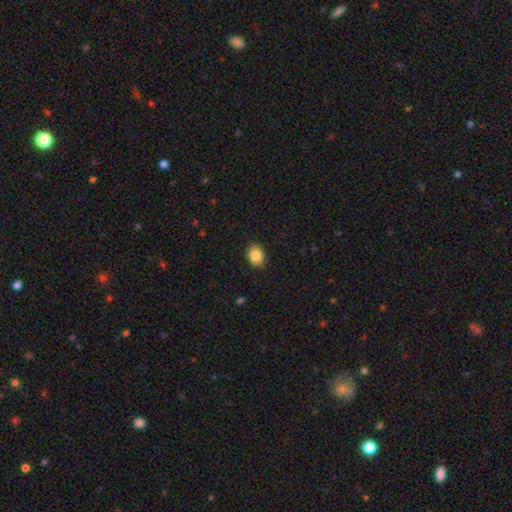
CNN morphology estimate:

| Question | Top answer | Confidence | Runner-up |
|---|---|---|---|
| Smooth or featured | smooth | 86% | star or artifact (8%) |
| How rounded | in between | 72% | round (27%) |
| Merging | none | 90% | minor disturbance (7%) |